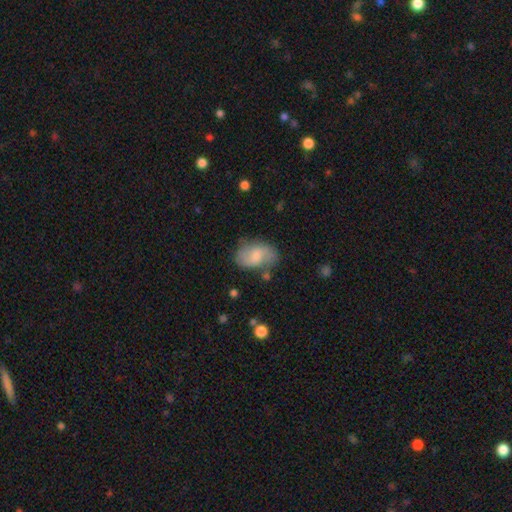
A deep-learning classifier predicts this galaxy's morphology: smooth 54%, featured or disk 39%, star or artifact 7%. Down the decision tree: how rounded — in between (85%); merging — none (64%).